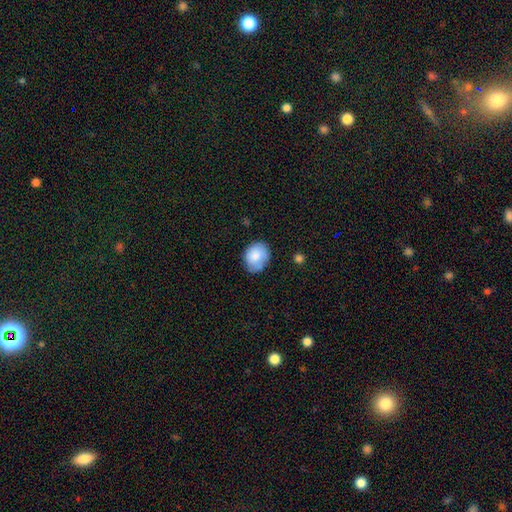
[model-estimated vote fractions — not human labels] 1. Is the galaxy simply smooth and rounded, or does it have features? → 82% smooth, 11% featured or disk, 7% star or artifact.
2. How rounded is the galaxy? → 50% in between (tied), 50% round (tied), 1% cigar-shaped.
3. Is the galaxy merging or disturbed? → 67% none, 25% minor disturbance, 5% major disturbance, 3% merger.